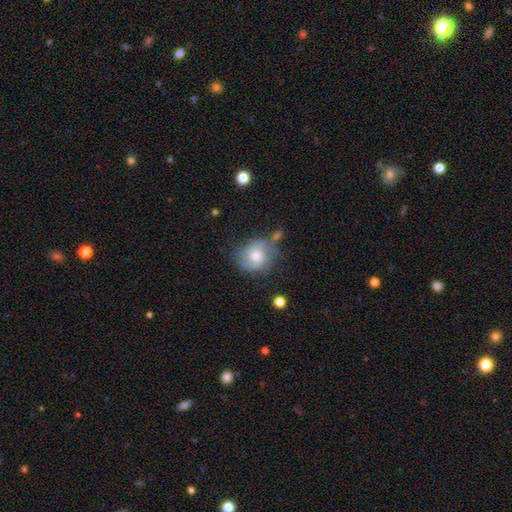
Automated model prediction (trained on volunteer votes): smooth_or_featured: featured or disk (p=0.59) [alt: smooth p=0.33]
disk_edge_on: no (p=0.97) [alt: yes p=0.03]
bar: no (p=0.67) [alt: weak p=0.28]
has_spiral_arms: yes (p=0.86) [alt: no p=0.14]
bulge_size: moderate (p=0.67) [alt: small p=0.21]
merging: none (p=0.57) [alt: minor disturbance p=0.24]